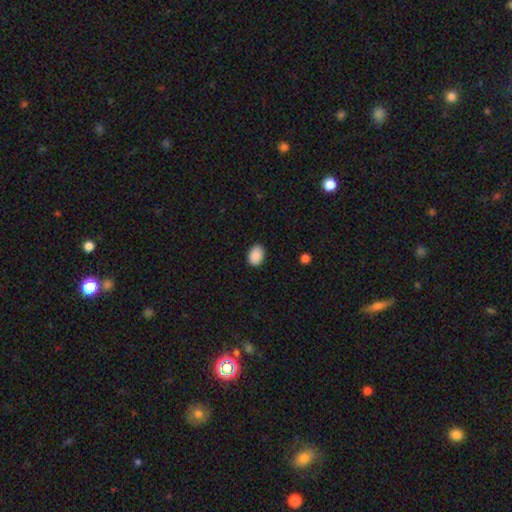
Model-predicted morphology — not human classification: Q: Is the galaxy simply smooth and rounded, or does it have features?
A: smooth — 89%.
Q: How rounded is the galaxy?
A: in between — 79%.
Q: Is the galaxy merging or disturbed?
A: none — 88%.